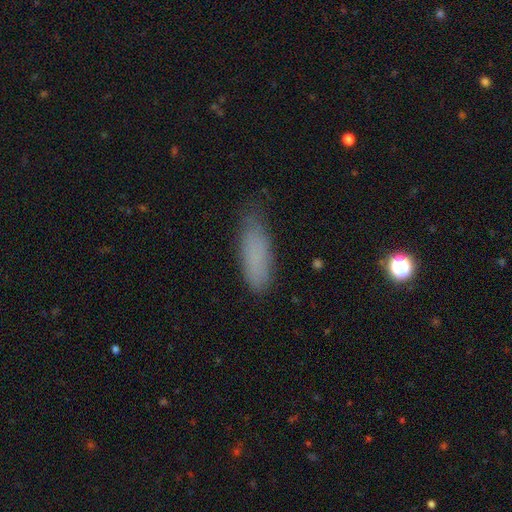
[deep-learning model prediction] This appears to be a smooth galaxy with no disk features (80%) that is in between round and cigar-shaped (51%). Merging: none (72%).